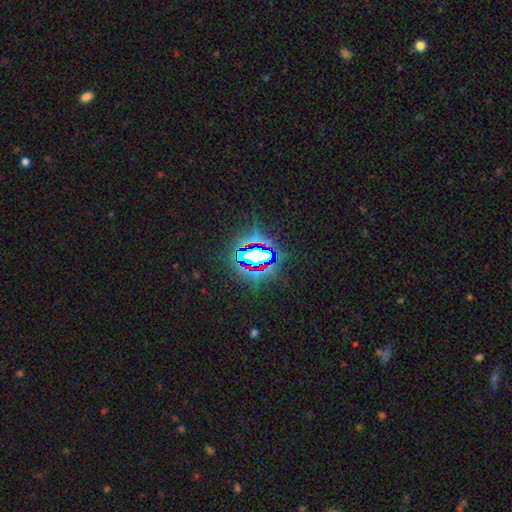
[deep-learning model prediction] The model was most divided on "smooth or featured": star or artifact: 75%, smooth: 14%, featured or disk: 11%.